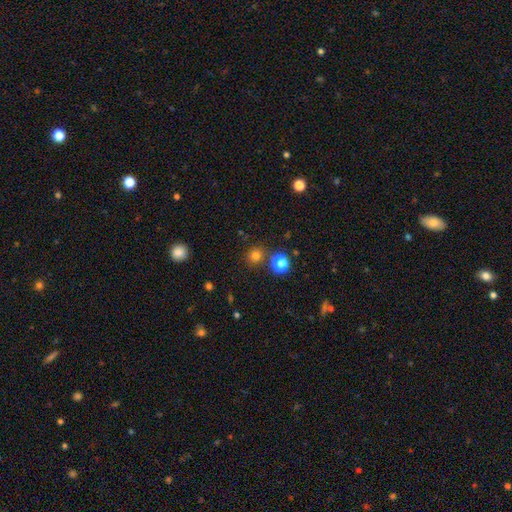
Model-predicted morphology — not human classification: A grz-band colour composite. It shows a smooth galaxy with no disk features (75%) that is round (90%). Merging: none (80%).